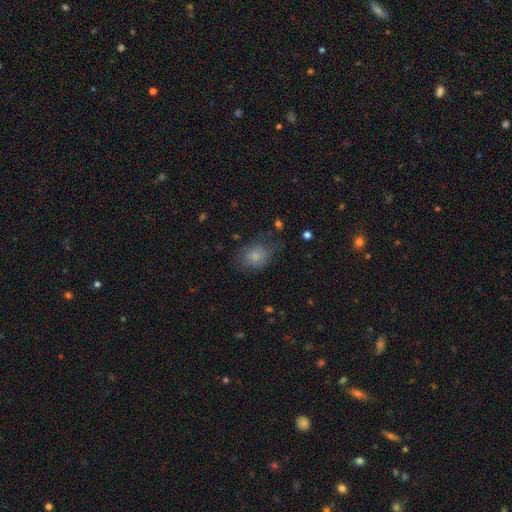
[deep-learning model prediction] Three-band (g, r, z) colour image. It shows a smooth galaxy with no disk features (74%) that is in between round and cigar-shaped (54%). Merging: none (55%).